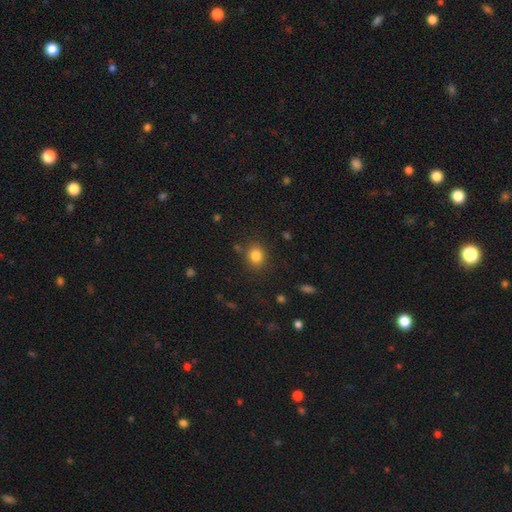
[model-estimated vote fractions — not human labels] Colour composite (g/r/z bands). It shows a smooth galaxy with no disk features (83%) that is round (70%). Merging: none (83%).